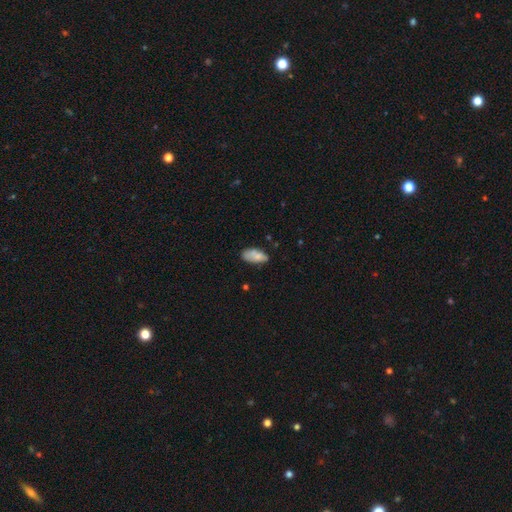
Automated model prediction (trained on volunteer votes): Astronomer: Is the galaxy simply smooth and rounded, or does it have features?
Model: smooth — 72%.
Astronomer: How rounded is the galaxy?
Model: in between — 90%.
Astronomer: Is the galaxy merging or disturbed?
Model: none — 56%.